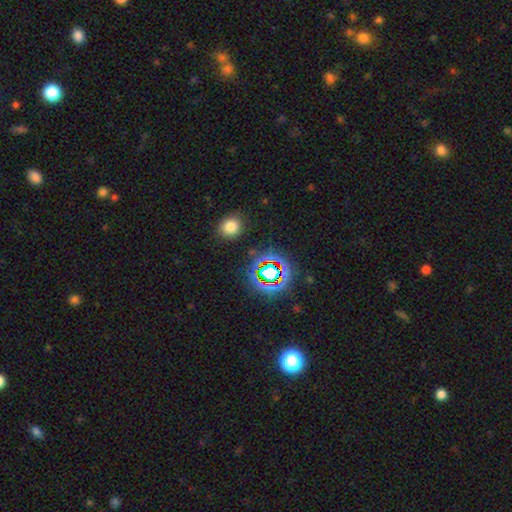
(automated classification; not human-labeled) star or artifact 67%, smooth 22%, featured or disk 11%.